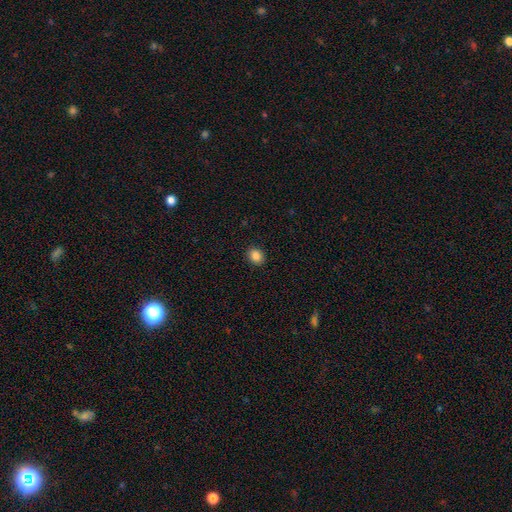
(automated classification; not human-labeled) Smooth or featured? smooth (87%)
How rounded? round (52%)
Merging? none (90%)